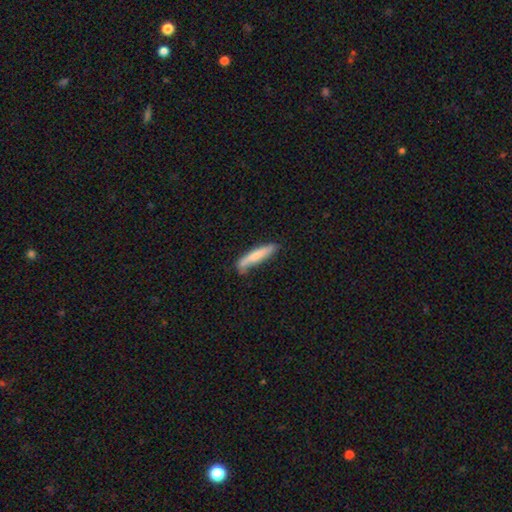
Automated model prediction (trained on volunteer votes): A smooth galaxy with no disk features (72%) that is cigar-shaped (88%). Merging: none (64%).